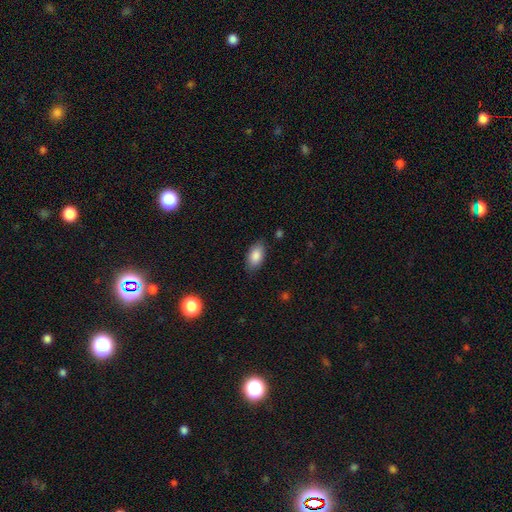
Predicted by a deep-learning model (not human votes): smooth 86%, star or artifact 7%, featured or disk 7%. Down the decision tree: how rounded — in between (93%); merging — none (82%).